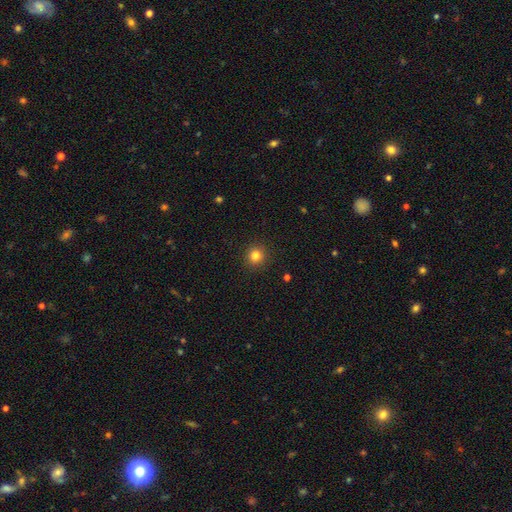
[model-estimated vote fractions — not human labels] Smooth or featured?
  - smooth: 82% *
  - star or artifact: 12%
  - featured or disk: 5%
How rounded?
  - round: 93% *
  - in between: 7%
  - cigar-shaped: 1%
Merging?
  - none: 92% *
  - minor disturbance: 5%
  - major disturbance: 2%
  - merger: 1%